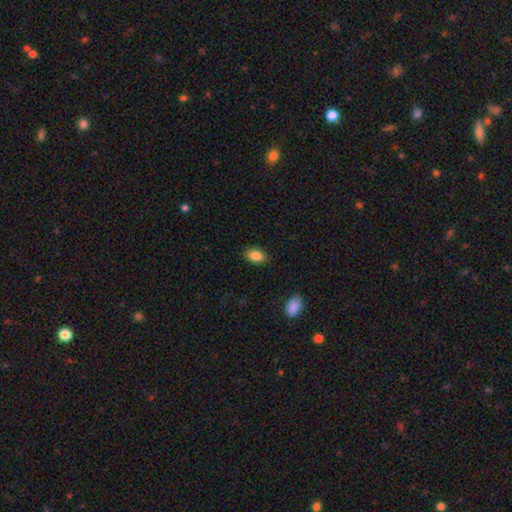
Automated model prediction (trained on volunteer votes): Morphology: type=smooth (87%); roundness=in between (90%); merging=none (88%).